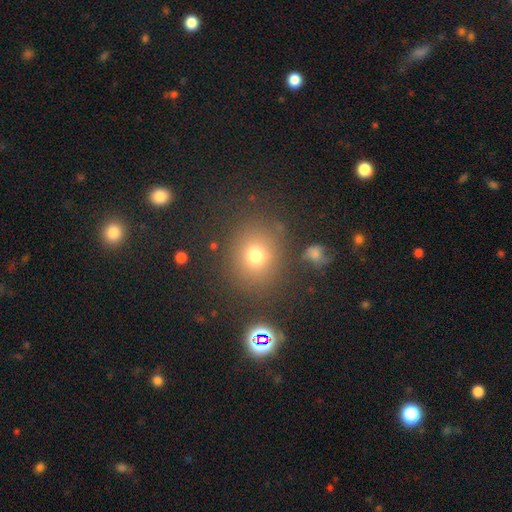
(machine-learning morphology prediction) smooth 71%, star or artifact 19%, featured or disk 11%. Down the decision tree: how rounded — round (68%); merging — none (78%).